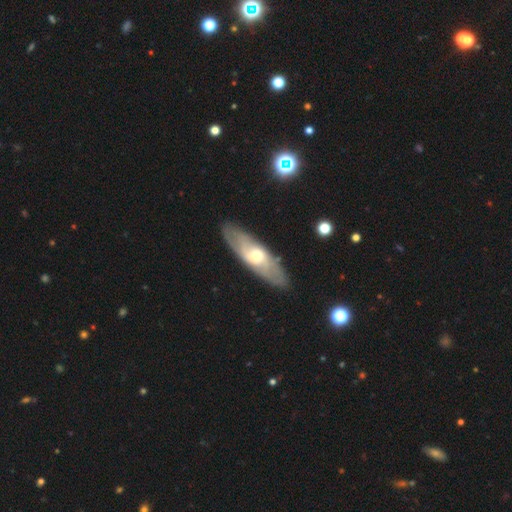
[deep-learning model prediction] Q: Smooth or featured?
A: featured or disk (59%); runner-up: smooth (35%)
Q: Edge-on disk?
A: no (67%); runner-up: yes (33%)
Q: Merging?
A: none (85%); runner-up: minor disturbance (11%)